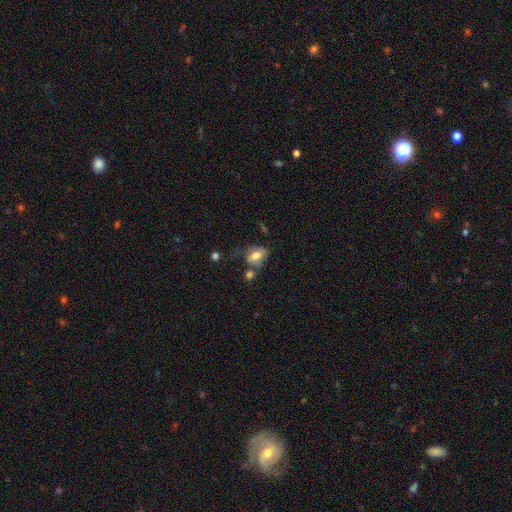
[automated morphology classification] type=smooth (70%); roundness=in between (76%); merging=none (36%).